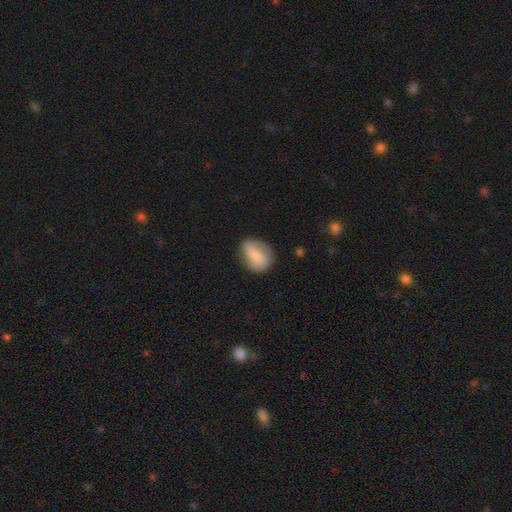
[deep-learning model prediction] A smooth galaxy with no disk features (70%) that is in between round and cigar-shaped (70%).

Vote fractions:
- Smooth or featured? smooth: 70% / featured or disk: 23% / star or artifact: 7%
- How rounded? in between: 70% / round: 28% / cigar-shaped: 2%
- Merging? none: 69% / minor disturbance: 22% / major disturbance: 7% / merger: 2%